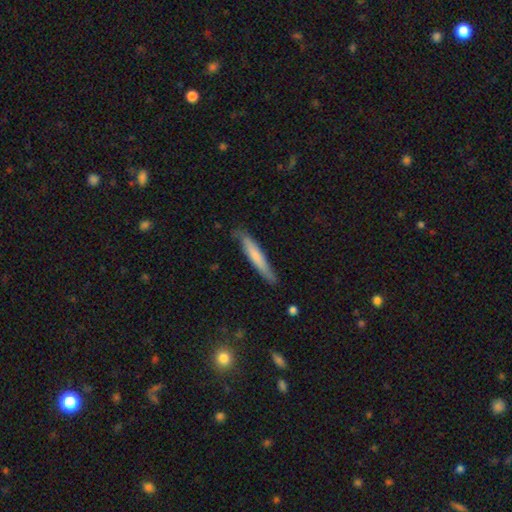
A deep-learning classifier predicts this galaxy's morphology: Smooth or featured? smooth (63%)
How rounded? cigar-shaped (93%)
Merging? none (76%)